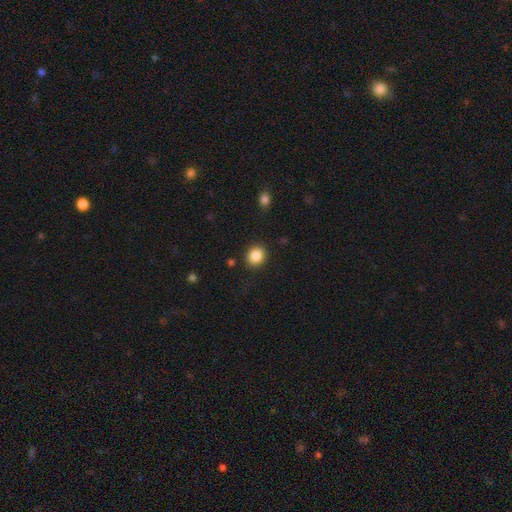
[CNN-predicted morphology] smooth-or-featured: smooth: 86% | star or artifact: 10% | featured or disk: 4%
  how-rounded: round: 80% | in between: 19% | cigar-shaped: 1%
  merging: none: 89% | minor disturbance: 7% | major disturbance: 3% | merger: 2%